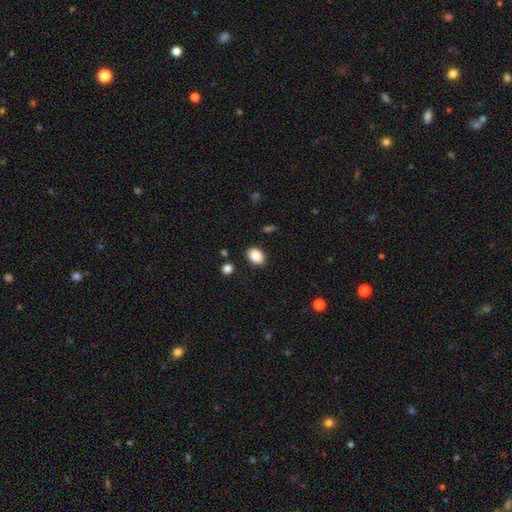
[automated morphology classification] type=smooth (88%); roundness=in between (78%); merging=none (86%).